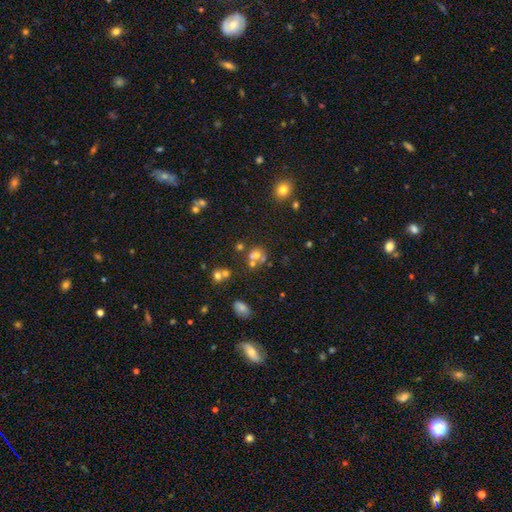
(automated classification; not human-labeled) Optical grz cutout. It shows a smooth galaxy with no disk features (56%) that is round (70%). Merging: merger (42%).